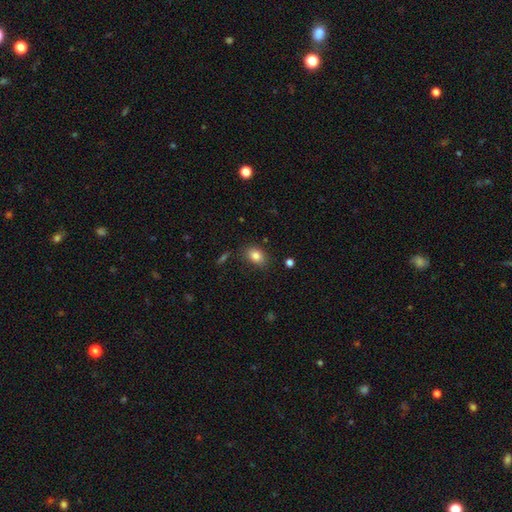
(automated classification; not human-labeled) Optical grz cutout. It shows a smooth galaxy with no disk features (83%) that is in between round and cigar-shaped (77%). Merging: none (81%).